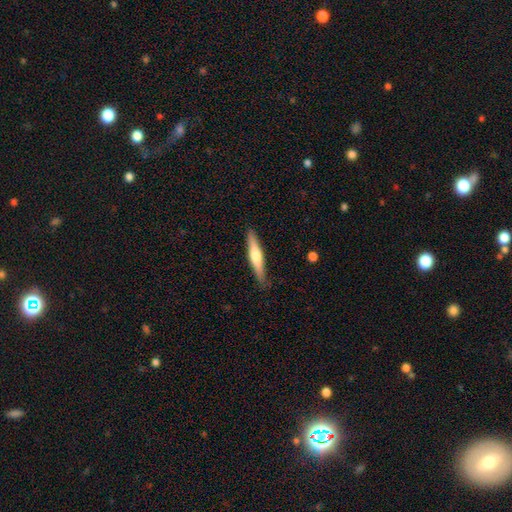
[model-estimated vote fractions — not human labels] smooth-or-featured: featured or disk: 49% | smooth: 46% | star or artifact: 5%
  merging: none: 87% | minor disturbance: 10% | major disturbance: 2% | merger: 1%